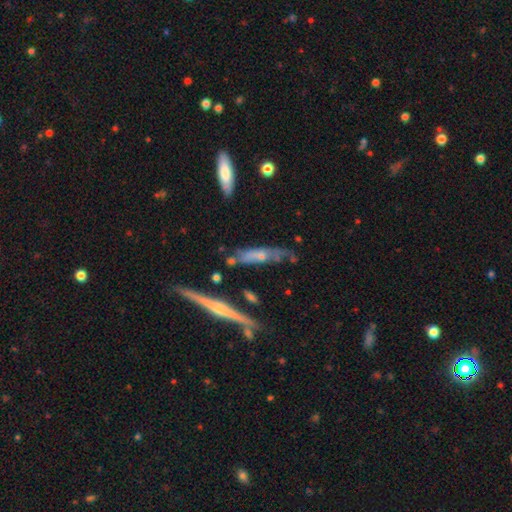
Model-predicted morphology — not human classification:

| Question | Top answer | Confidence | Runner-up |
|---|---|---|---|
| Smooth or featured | featured or disk | 51% | smooth (41%) |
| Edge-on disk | yes | 73% | no (27%) |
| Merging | none | 48% | minor disturbance (29%) |